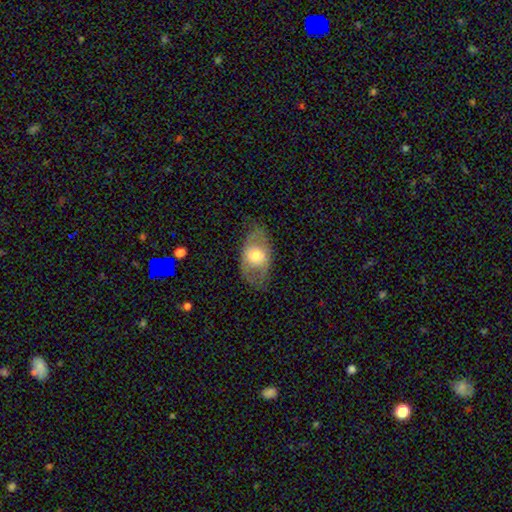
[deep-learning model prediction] Morphology: type=featured or disk (49%); merging=none (68%).